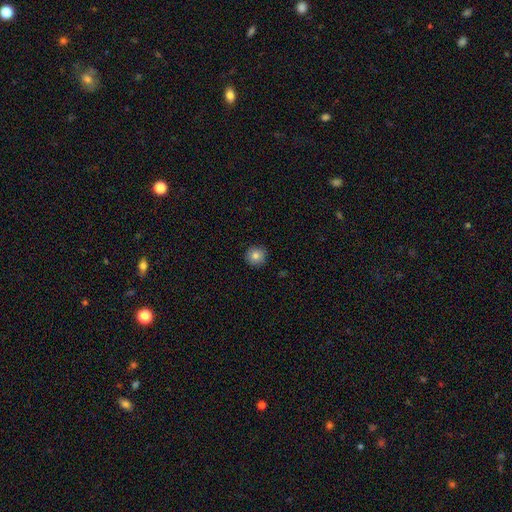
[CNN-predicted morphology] Smooth or featured? smooth (82%)
How rounded? round (94%)
Merging? none (91%)